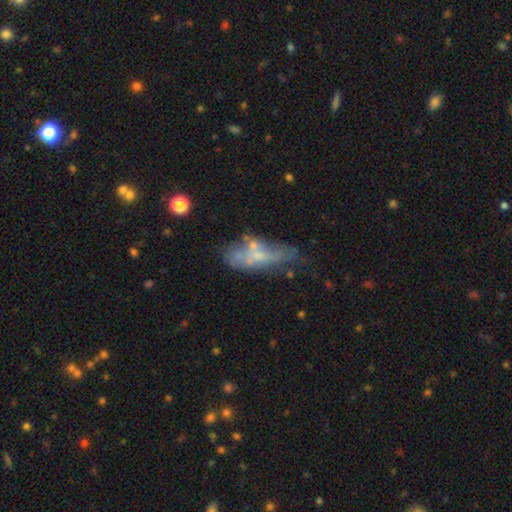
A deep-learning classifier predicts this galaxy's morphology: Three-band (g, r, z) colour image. It shows a featured or disk galaxy (48%). Merging: none (34%).